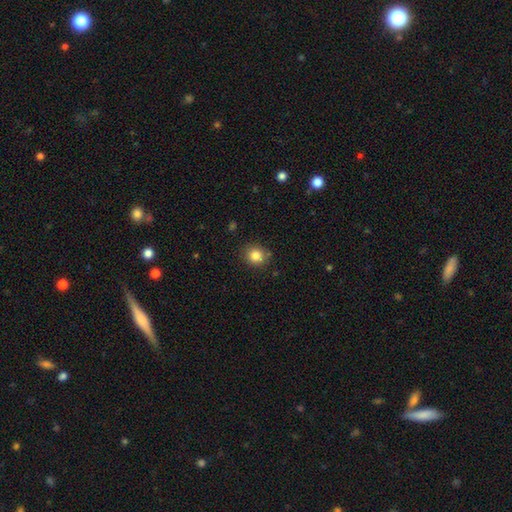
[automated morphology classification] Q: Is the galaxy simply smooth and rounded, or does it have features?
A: smooth — 83%.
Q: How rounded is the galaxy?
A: round — 82%.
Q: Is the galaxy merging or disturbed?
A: none — 84%.